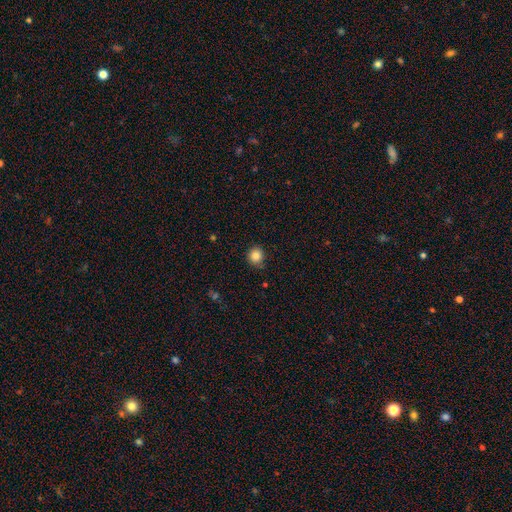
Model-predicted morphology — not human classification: type=smooth (84%); roundness=round (87%); merging=none (84%).